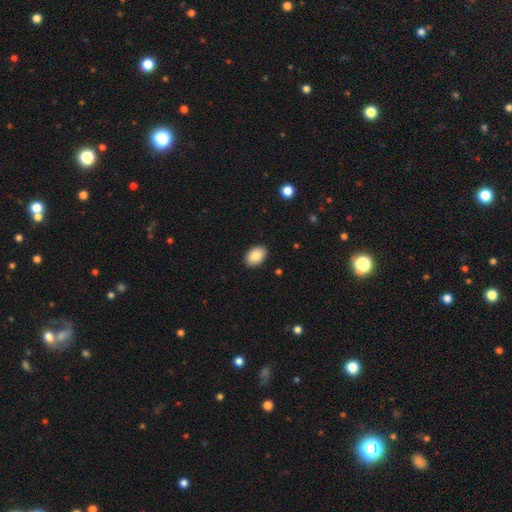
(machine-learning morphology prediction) smooth-or-featured: smooth: 87% | star or artifact: 7% | featured or disk: 6%
  how-rounded: in between: 85% | round: 14% | cigar-shaped: 1%
  merging: none: 90% | minor disturbance: 7% | major disturbance: 2% | merger: 1%